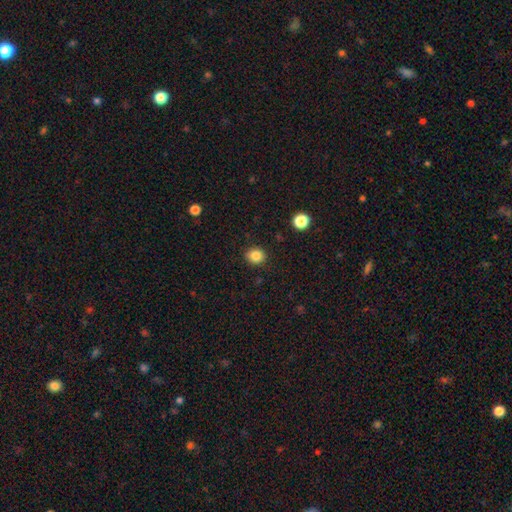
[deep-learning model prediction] The model was most divided on "how rounded": round: 78%, in between: 21%, cigar-shaped: 1%. More confident: merging — none (88%); smooth or featured — smooth (85%).